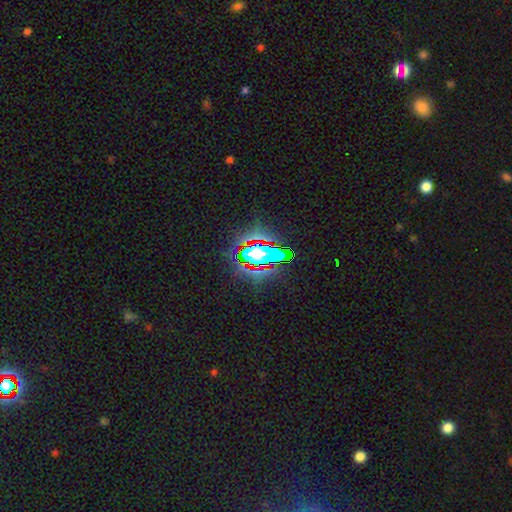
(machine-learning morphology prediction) smooth-or-featured: star or artifact: 60% | smooth: 23% | featured or disk: 17%